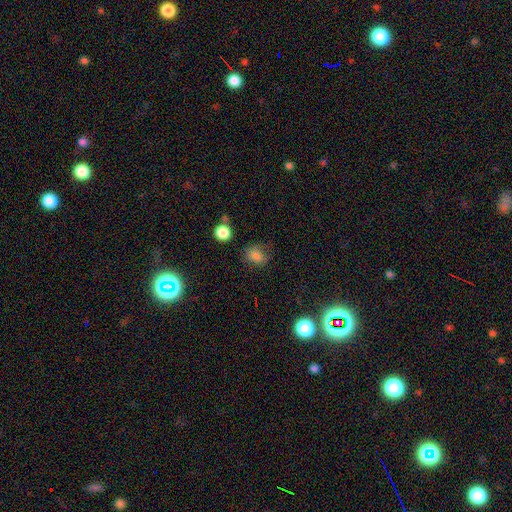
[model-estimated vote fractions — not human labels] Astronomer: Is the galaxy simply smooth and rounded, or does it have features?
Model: smooth — 80%.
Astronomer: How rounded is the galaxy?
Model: round — 50% (runner-up: in between, 49%).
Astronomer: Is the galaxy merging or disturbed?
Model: none — 66%.